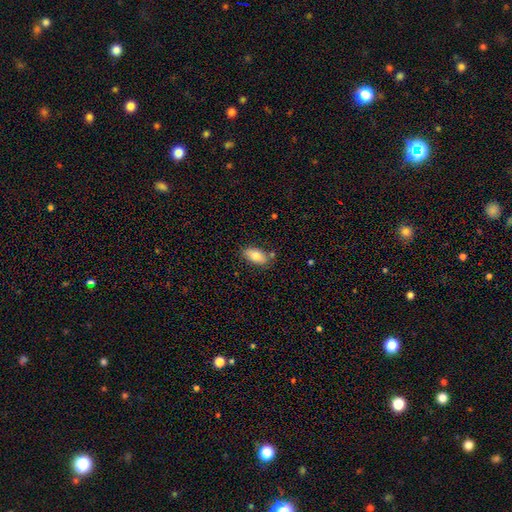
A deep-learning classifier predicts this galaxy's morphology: smooth 79%, featured or disk 14%, star or artifact 7%. Down the decision tree: how rounded — in between (91%); merging — none (77%).